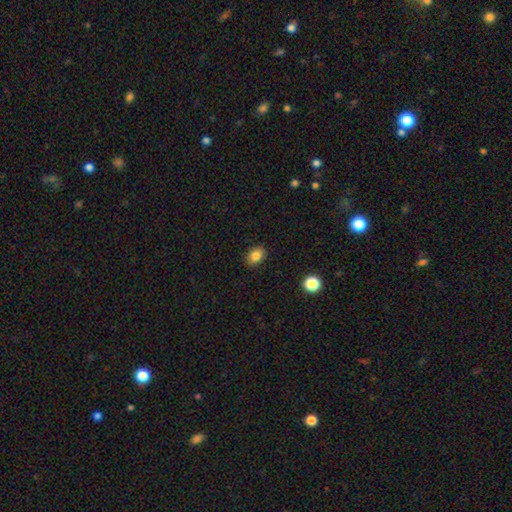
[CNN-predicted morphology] type=smooth (84%); roundness=in between (66%); merging=none (89%).